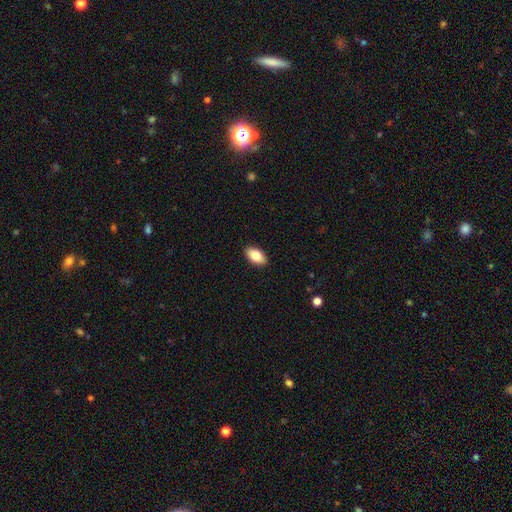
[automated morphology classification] type=smooth (82%); roundness=in between (93%); merging=none (90%).